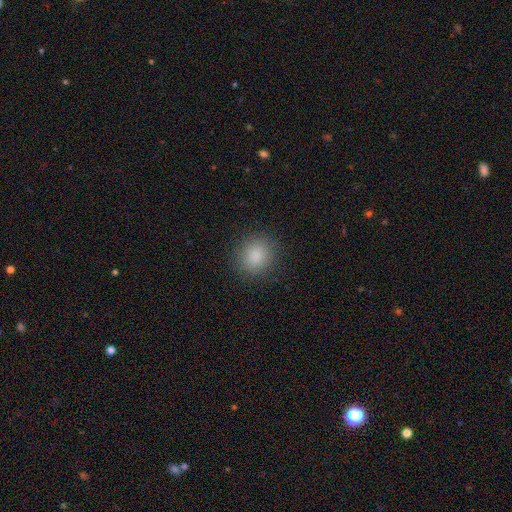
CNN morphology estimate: Smooth or featured? Predicted: smooth (p=0.86). How rounded? Predicted: round (p=0.82). Merging? Predicted: none (p=0.89).